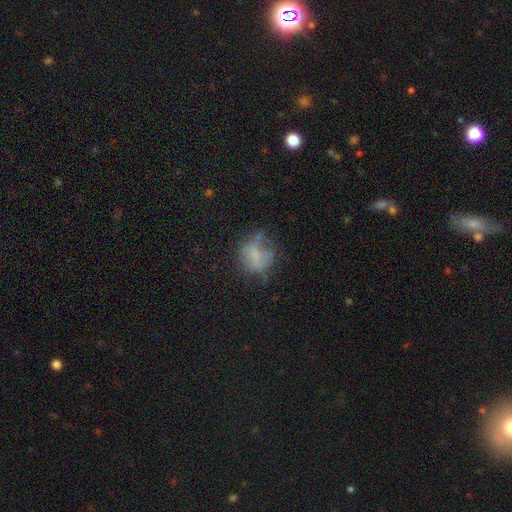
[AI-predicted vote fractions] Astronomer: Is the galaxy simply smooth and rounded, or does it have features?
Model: smooth — 52% (runner-up: featured or disk, 34%).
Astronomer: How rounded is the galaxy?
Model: round — 58% (runner-up: in between, 39%).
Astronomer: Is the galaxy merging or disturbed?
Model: none — 44% (runner-up: minor disturbance, 26%).